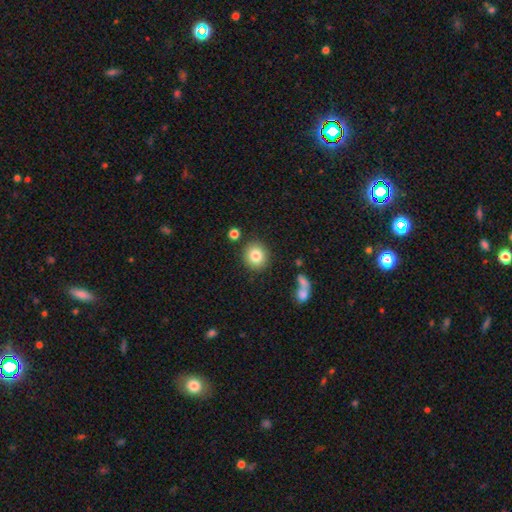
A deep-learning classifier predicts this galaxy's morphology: Smooth or featured?
  - smooth: 82% *
  - star or artifact: 10%
  - featured or disk: 8%
How rounded?
  - round: 87% *
  - in between: 12%
  - cigar-shaped: 1%
Merging?
  - none: 85% *
  - minor disturbance: 8%
  - merger: 4%
  - major disturbance: 3%